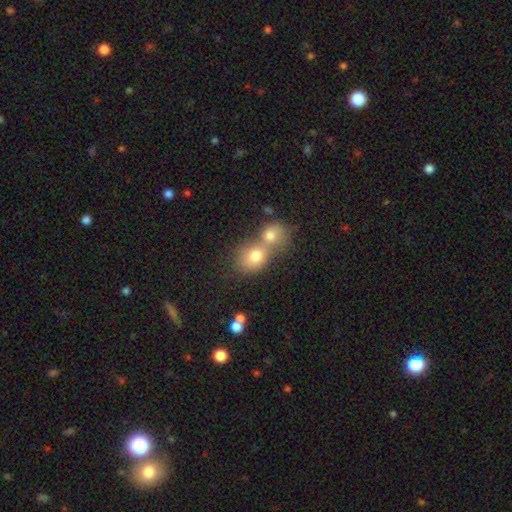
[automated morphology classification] smooth_or_featured: smooth (p=0.74) [alt: featured or disk p=0.14]
how_rounded: round (p=0.64) [alt: in between p=0.35]
merging: merger (p=0.64) [alt: none p=0.27]